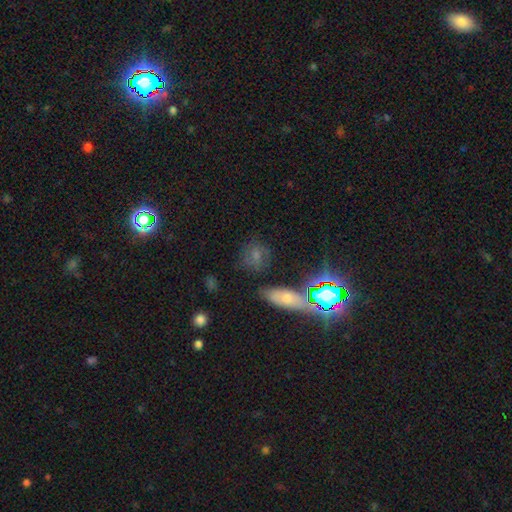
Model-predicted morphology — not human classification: This appears to be a smooth galaxy with no disk features (61%) that is round (64%). Merging: none (69%).